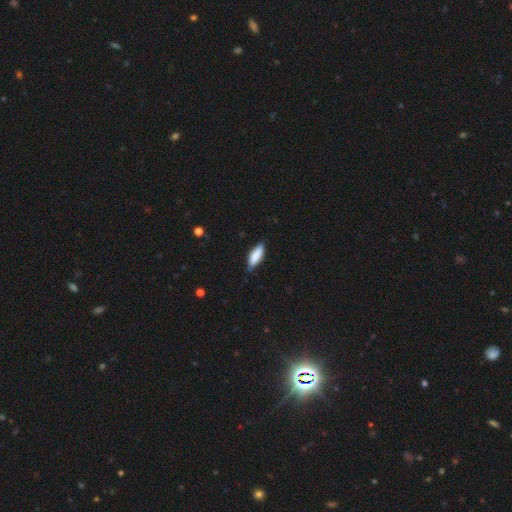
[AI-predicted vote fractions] The model was most divided on "how rounded": in between: 59%, cigar-shaped: 39%, round: 2%. More confident: smooth or featured — smooth (80%); merging — none (74%).